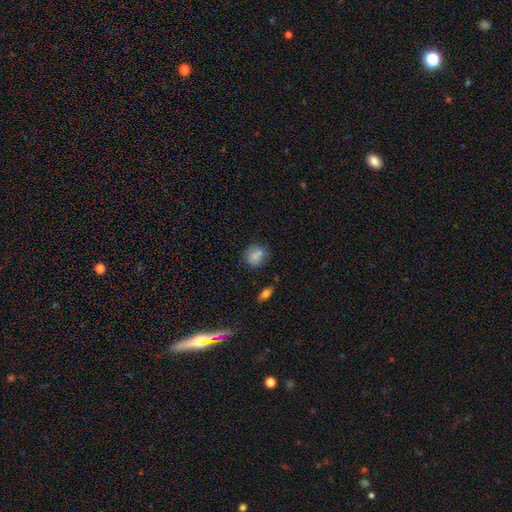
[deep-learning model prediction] Overall: smooth (76%). How rounded: round (76%). Merging: none (64%).